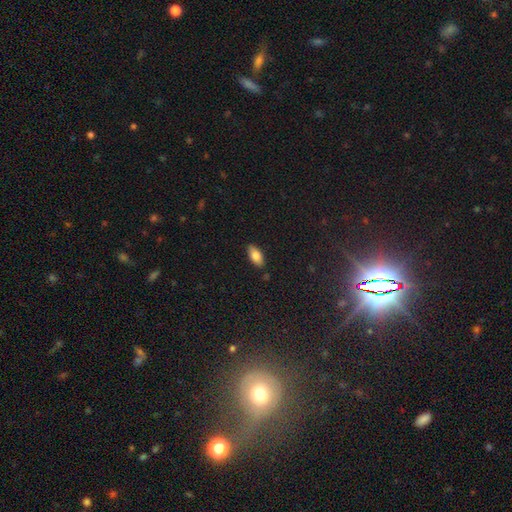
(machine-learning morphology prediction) The model was most divided on "smooth or featured": smooth: 79%, featured or disk: 14%, star or artifact: 7%. More confident: how rounded — in between (88%); merging — none (87%).